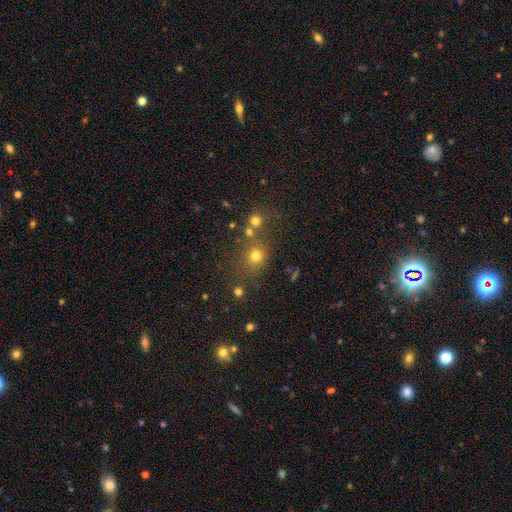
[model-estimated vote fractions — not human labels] Overall: smooth (73%). How rounded: round (82%). Merging: none (68%).